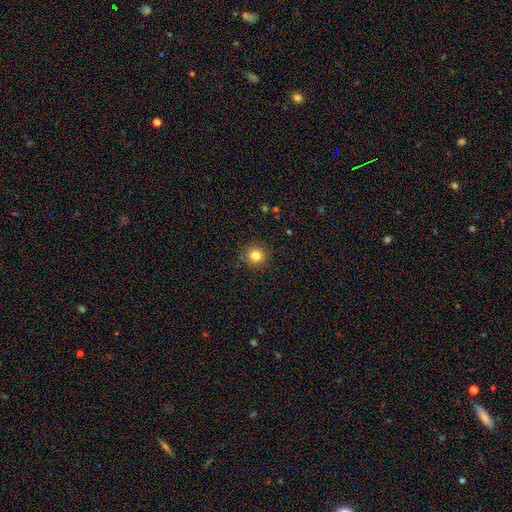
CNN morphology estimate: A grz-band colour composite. It shows a smooth galaxy with no disk features (82%) that is round (94%). Merging: none (90%).